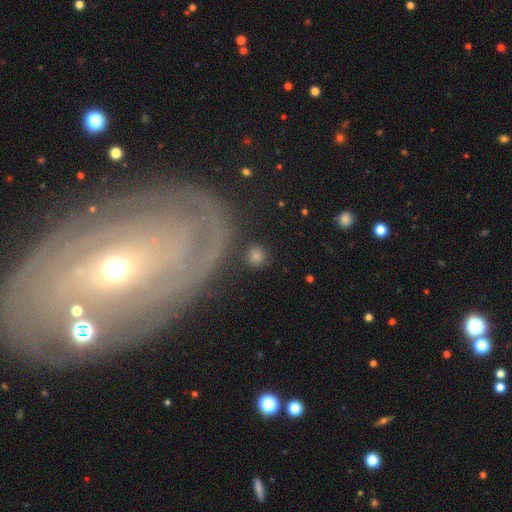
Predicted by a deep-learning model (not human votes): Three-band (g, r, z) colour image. It shows a smooth galaxy with no disk features (74%) that is round (91%). Merging: none (87%).